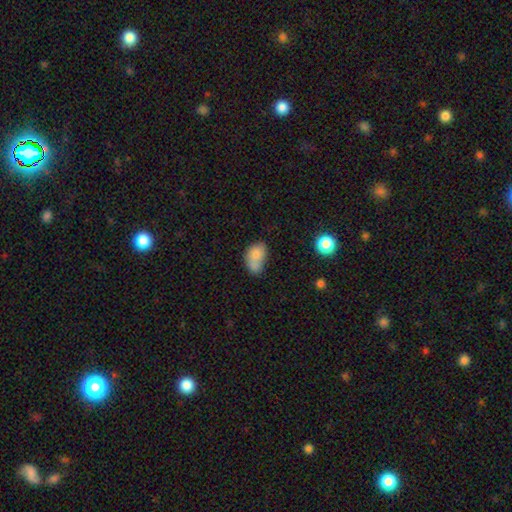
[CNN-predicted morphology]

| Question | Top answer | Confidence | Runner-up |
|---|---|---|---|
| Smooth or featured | smooth | 76% | featured or disk (14%) |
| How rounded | in between | 85% | round (14%) |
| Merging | merger | 38% | none (33%) |